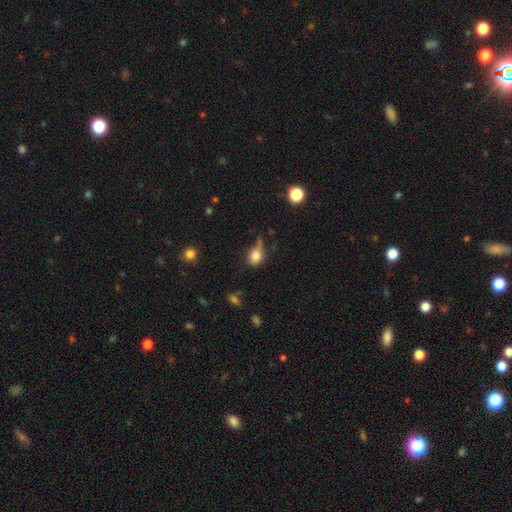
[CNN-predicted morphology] Smooth or featured?
  - smooth: 79% *
  - star or artifact: 11%
  - featured or disk: 10%
How rounded?
  - in between: 53% *
  - round: 45%
  - cigar-shaped: 2%
Merging?
  - none: 42% *
  - minor disturbance: 34%
  - major disturbance: 17%
  - merger: 7%